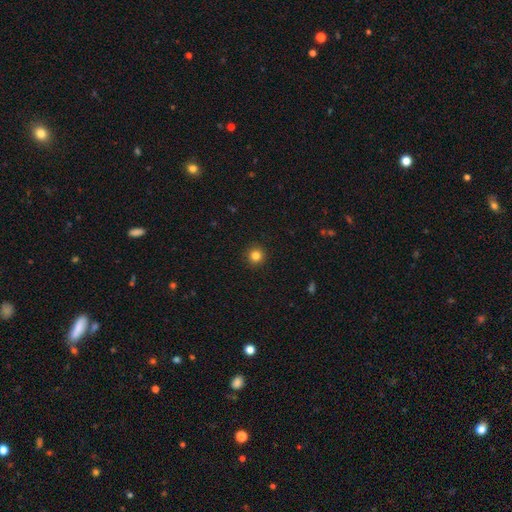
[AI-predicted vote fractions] This is clearly a smooth galaxy (84%). How rounded: clearly round (95%). Merging: clearly none (93%).